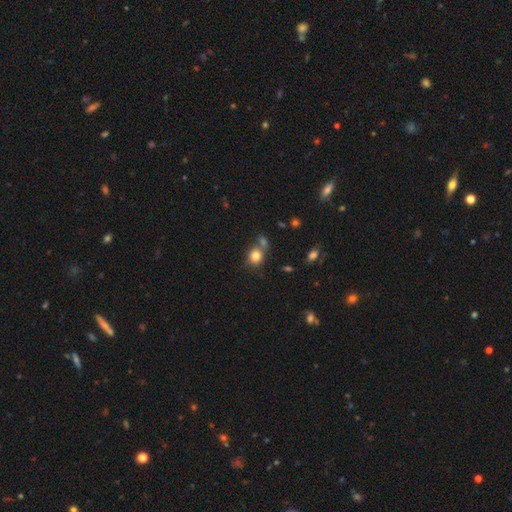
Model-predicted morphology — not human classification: A smooth galaxy with no disk features (81%) that is round (73%).

Vote fractions:
- Smooth or featured? smooth: 81% / star or artifact: 11% / featured or disk: 8%
- How rounded? round: 73% / in between: 26% / cigar-shaped: 1%
- Merging? none: 56% / merger: 28% / minor disturbance: 12% / major disturbance: 4%